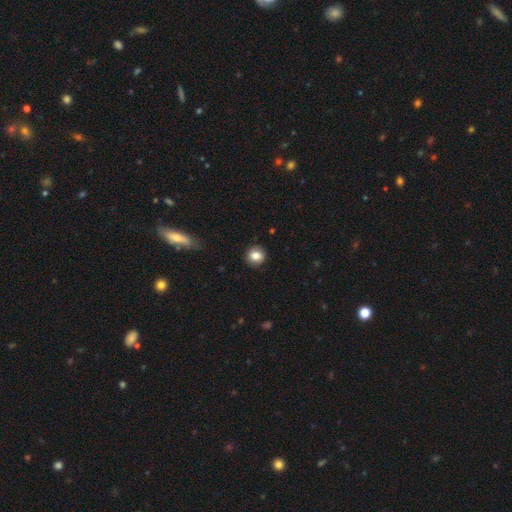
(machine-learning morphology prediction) smooth-or-featured: smooth: 83% | star or artifact: 10% | featured or disk: 7%
  how-rounded: round: 89% | in between: 10% | cigar-shaped: 1%
  merging: none: 89% | minor disturbance: 8% | major disturbance: 2% | merger: 1%